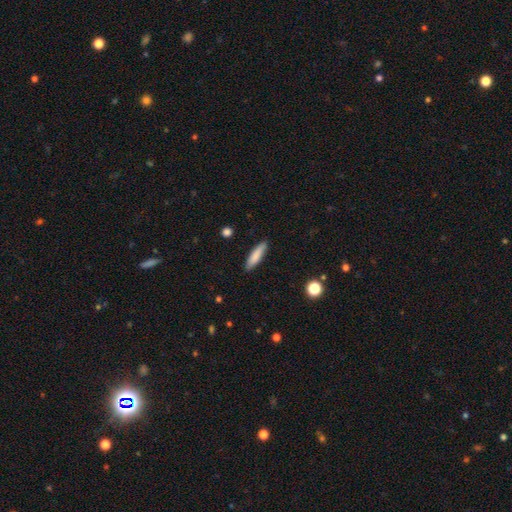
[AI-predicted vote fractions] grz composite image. It shows a smooth galaxy with no disk features (83%) that is cigar-shaped (74%). Merging: none (88%).